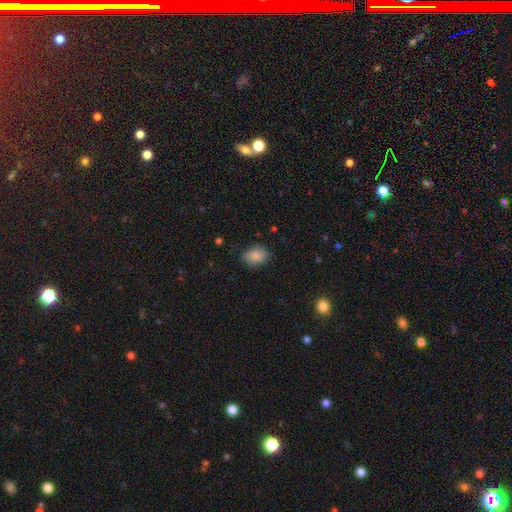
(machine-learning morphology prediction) A smooth galaxy with no disk features (85%) that is in between round and cigar-shaped (60%). Merging: none (75%).